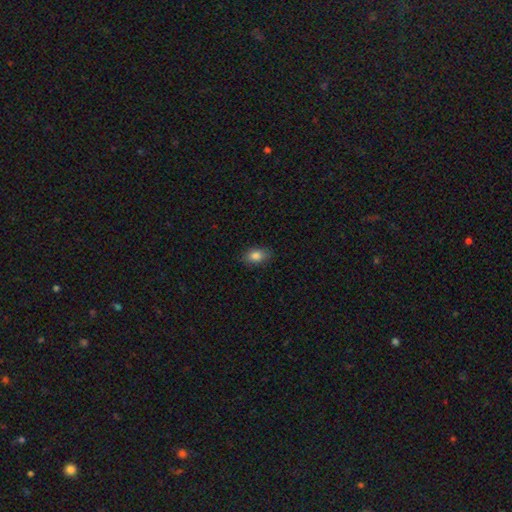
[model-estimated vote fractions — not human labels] Overall: smooth (84%). How rounded: in between (84%). Merging: none (85%).